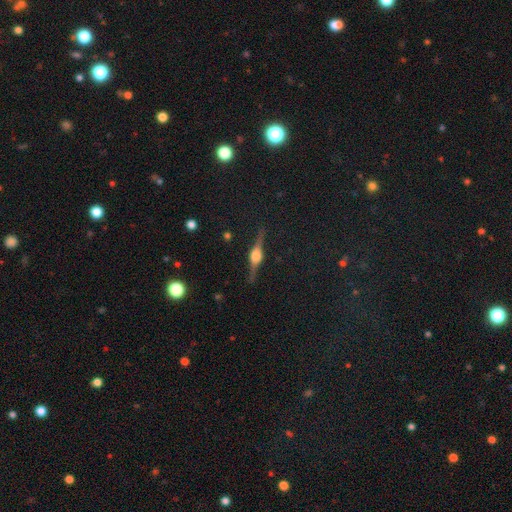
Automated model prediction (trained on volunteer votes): Morphology: type=featured or disk (83%); edge-on=yes (97%); edge-on bulge=rounded (89%); merging=none (88%).